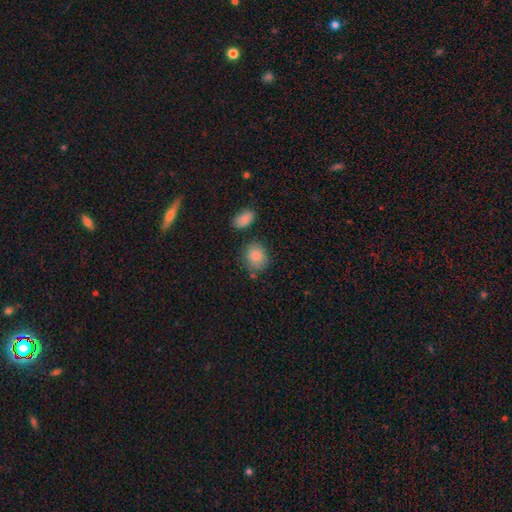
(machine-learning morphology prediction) smooth_or_featured: smooth (p=0.83) [alt: star or artifact p=0.09]
how_rounded: round (p=0.62) [alt: in between p=0.37]
merging: none (p=0.73) [alt: minor disturbance p=0.16]